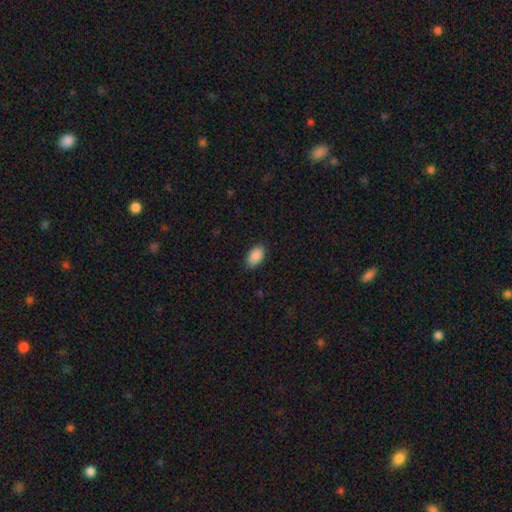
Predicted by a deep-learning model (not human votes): smooth_or_featured: smooth (p=0.90) [alt: star or artifact p=0.07]
how_rounded: in between (p=0.94) [alt: round p=0.05]
merging: none (p=0.85) [alt: minor disturbance p=0.12]